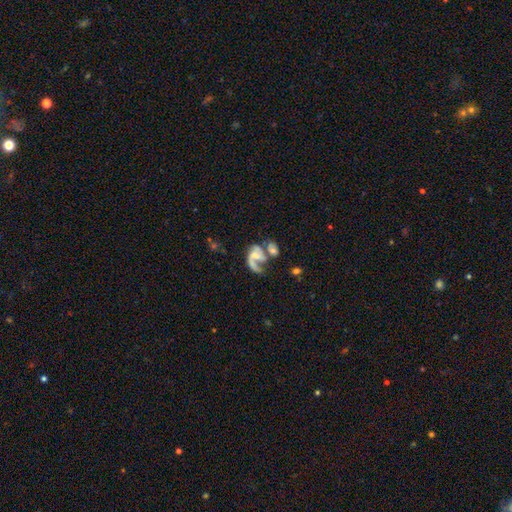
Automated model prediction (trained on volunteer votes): Smooth or featured? Predicted: featured or disk (p=0.73). Edge-on disk? Predicted: no (p=0.97). Bar? Predicted: no (p=0.50). Spiral arms? Predicted: yes (p=0.86). Spiral winding? Predicted: loose (p=0.55). Spiral arm count? Predicted: 2 (p=0.50). Bulge size? Predicted: small (p=0.40). Merging? Predicted: merger (p=0.40).